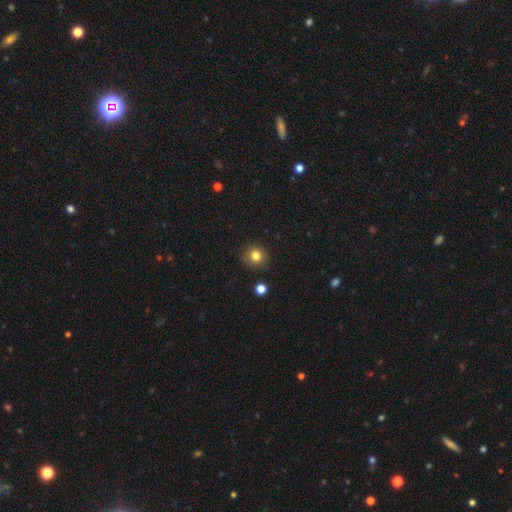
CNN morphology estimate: A smooth galaxy with no disk features (81%) that is round (91%). Merging: none (88%).